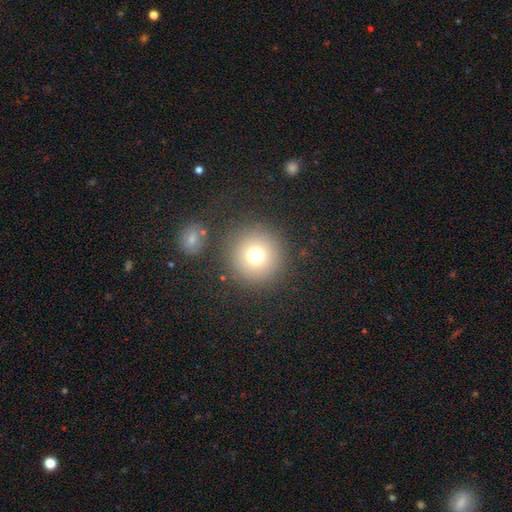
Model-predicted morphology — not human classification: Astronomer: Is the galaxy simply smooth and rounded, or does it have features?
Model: smooth — 73%.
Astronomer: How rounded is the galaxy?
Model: round — 96%.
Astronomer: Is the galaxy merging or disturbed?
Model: none — 85%.